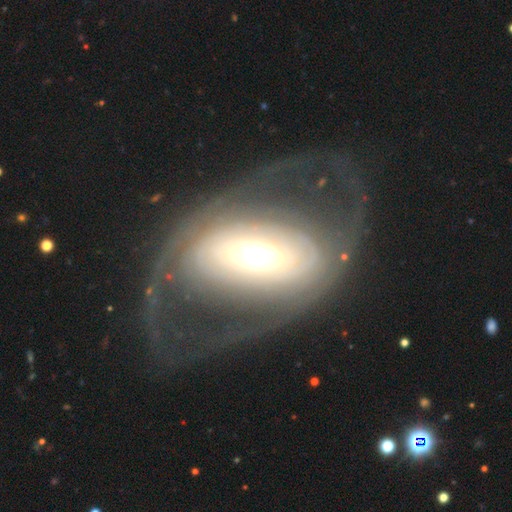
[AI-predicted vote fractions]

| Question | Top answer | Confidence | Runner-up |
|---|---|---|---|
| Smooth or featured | featured or disk | 78% | smooth (16%) |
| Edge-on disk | no | 92% | yes (8%) |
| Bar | no | 54% | weak (24%) |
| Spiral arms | yes | 71% | no (29%) |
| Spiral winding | tight | 36% | medium (34%) |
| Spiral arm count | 2 | 55% | can't tell (22%) |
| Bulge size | moderate | 51% | large (27%) |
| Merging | none | 51% | major disturbance (35%) |